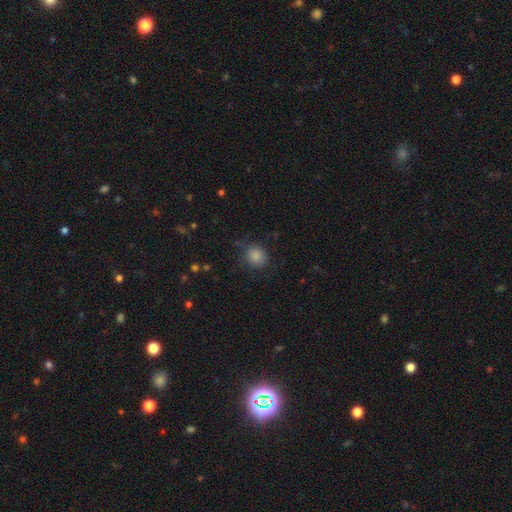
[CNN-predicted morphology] A smooth galaxy with no disk features (85%) that is round (82%).

Vote fractions:
- Smooth or featured? smooth: 85% / star or artifact: 10% / featured or disk: 5%
- How rounded? round: 82% / in between: 17% / cigar-shaped: 1%
- Merging? none: 79% / minor disturbance: 15% / major disturbance: 5% / merger: 1%